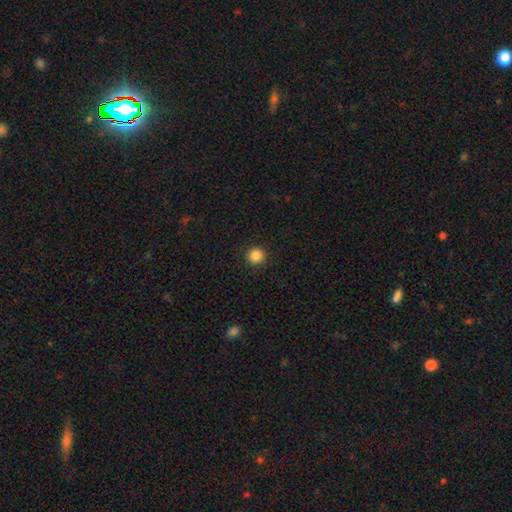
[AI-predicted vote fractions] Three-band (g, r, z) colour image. It shows a smooth galaxy with no disk features (86%) that is round (94%). Merging: none (92%).